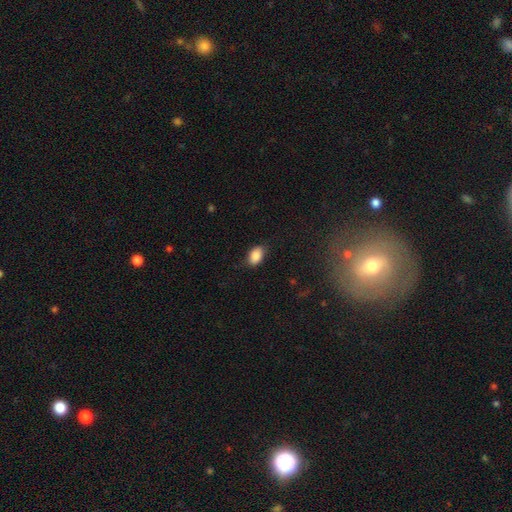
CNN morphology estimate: Smooth or featured: smooth — 87% (star or artifact — 8%)
How rounded: in between — 89% (round — 10%)
Merging: none — 79% (minor disturbance — 16%)